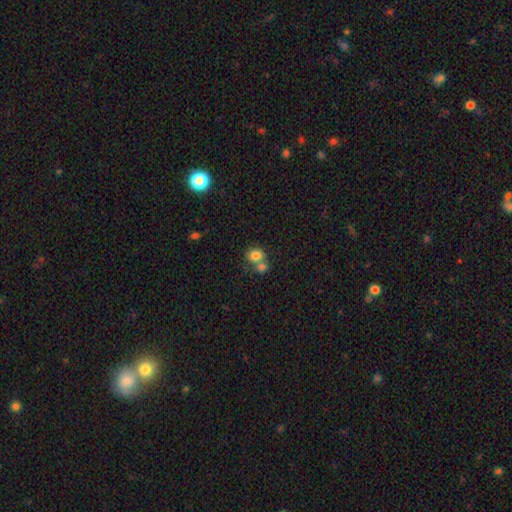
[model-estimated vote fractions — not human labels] Smooth or featured?
  - smooth: 80% *
  - featured or disk: 10%
  - star or artifact: 10%
How rounded?
  - round: 56% *
  - in between: 43%
  - cigar-shaped: 1%
Merging?
  - merger: 49% *
  - none: 38%
  - minor disturbance: 9%
  - major disturbance: 4%